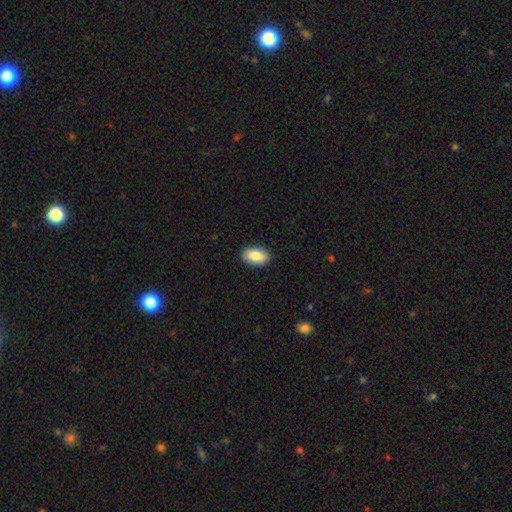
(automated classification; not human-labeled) Q: Smooth or featured?
A: smooth (86%); runner-up: featured or disk (8%)
Q: How rounded?
A: in between (93%); runner-up: round (5%)
Q: Merging?
A: none (90%); runner-up: minor disturbance (7%)